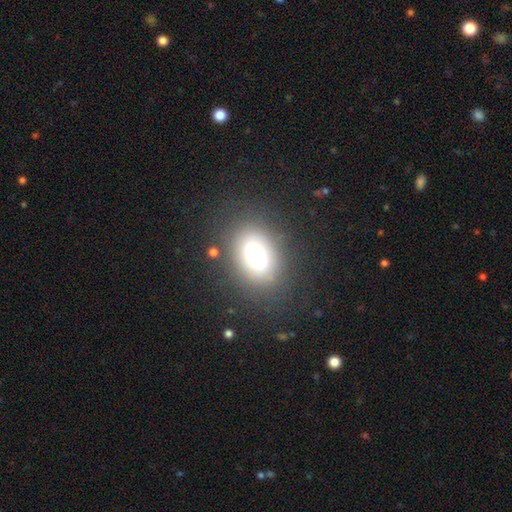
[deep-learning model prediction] This appears to be a smooth galaxy with no disk features (52%) that is in between round and cigar-shaped (82%). Merging: none (75%).